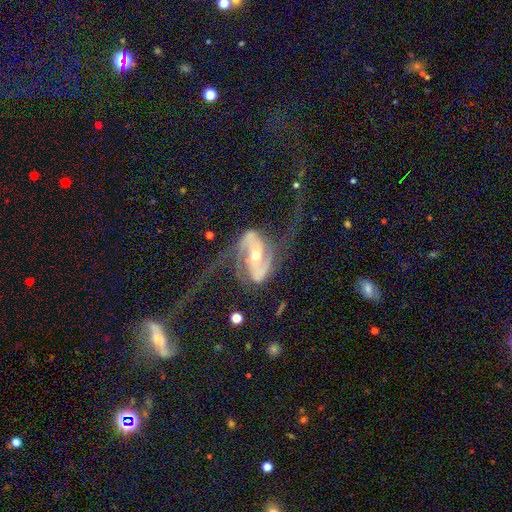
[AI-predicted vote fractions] The model was most divided on "bar": strong: 45%, weak: 31%, no: 24%. More confident: spiral arms — yes (97%); edge-on disk — no (96%); spiral arm count — 2 (93%); smooth or featured — featured or disk (91%); spiral winding — loose (58%); bulge size — moderate (58%); merging — none (56%).